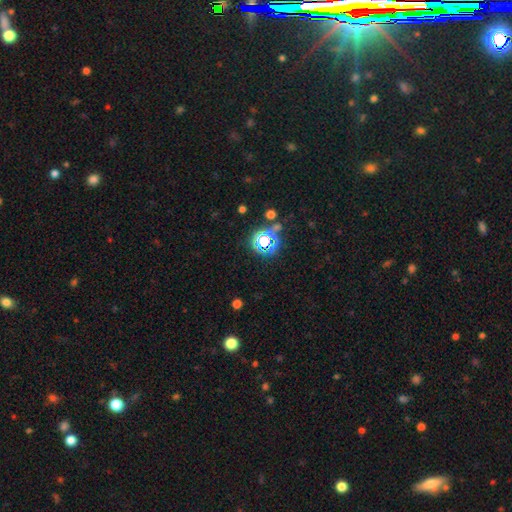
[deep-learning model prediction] Smooth or featured? Predicted: star or artifact (p=0.72).